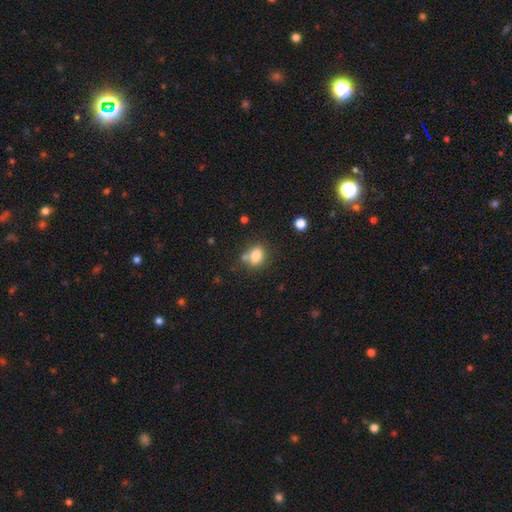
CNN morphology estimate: smooth_or_featured: smooth (p=0.80) [alt: star or artifact p=0.10]
how_rounded: in between (p=0.61) [alt: round p=0.38]
merging: none (p=0.57) [alt: merger p=0.21]